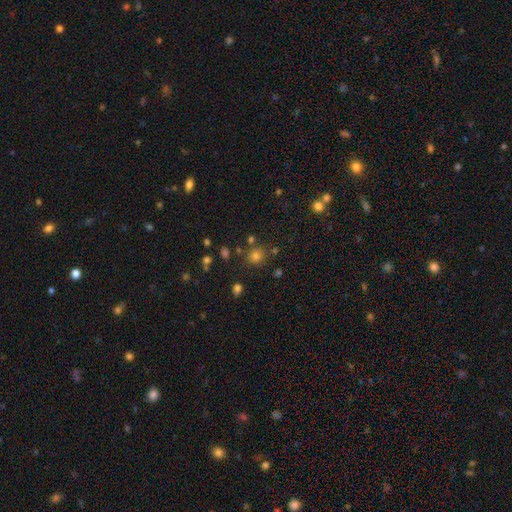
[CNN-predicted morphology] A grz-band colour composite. It shows a smooth galaxy with no disk features (71%) that is round (85%). Merging: none (79%).